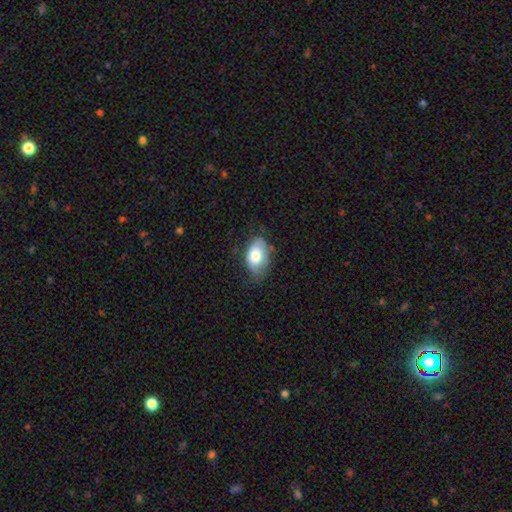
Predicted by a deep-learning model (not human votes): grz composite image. It shows a smooth galaxy with no disk features (76%) that is in between round and cigar-shaped (91%). Merging: none (56%).